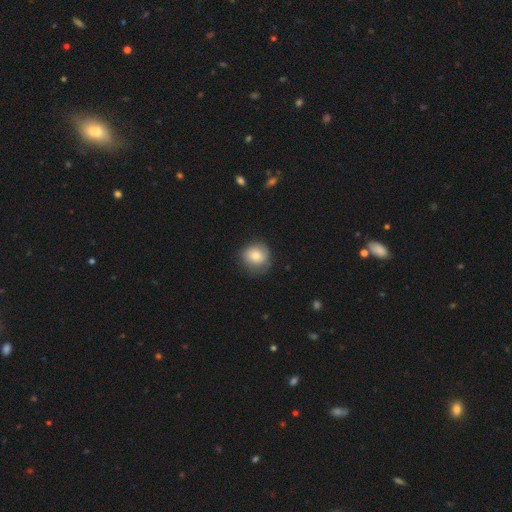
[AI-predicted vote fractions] Q: Smooth or featured?
A: smooth (71%); runner-up: featured or disk (21%)
Q: How rounded?
A: round (85%); runner-up: in between (14%)
Q: Merging?
A: none (72%); runner-up: minor disturbance (20%)